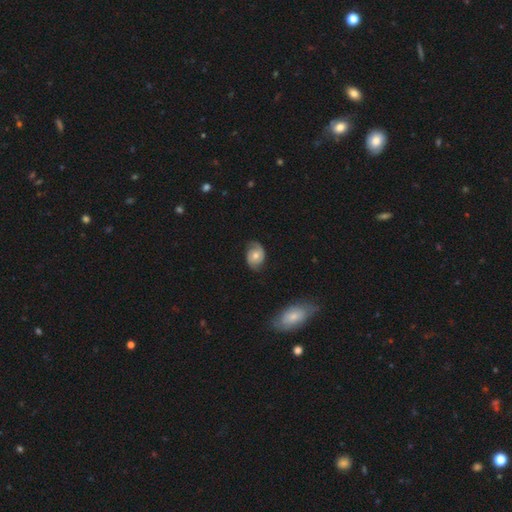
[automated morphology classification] smooth-or-featured: featured or disk: 55% | smooth: 38% | star or artifact: 7%
  disk-edge-on: no: 96% | yes: 4%
    bar: no: 73% | weak: 23% | strong: 4%
    has-spiral-arms: yes: 84% | no: 16%
    bulge-size: moderate: 67% | small: 26% | large: 4% | none: 2% | dominant: 1%
  merging: none: 70% | minor disturbance: 22% | major disturbance: 6% | merger: 2%